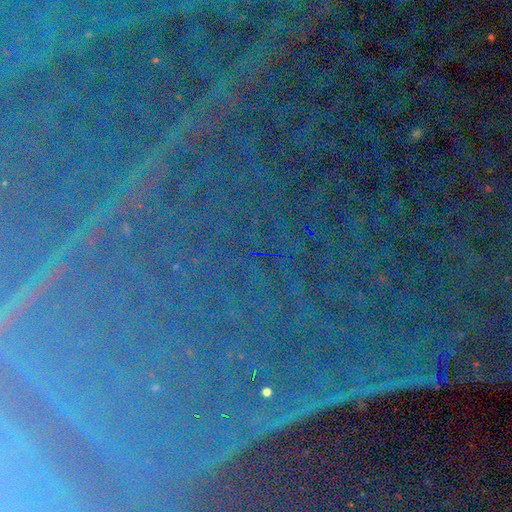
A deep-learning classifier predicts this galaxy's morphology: A star or artifact, not a galaxy (87%).